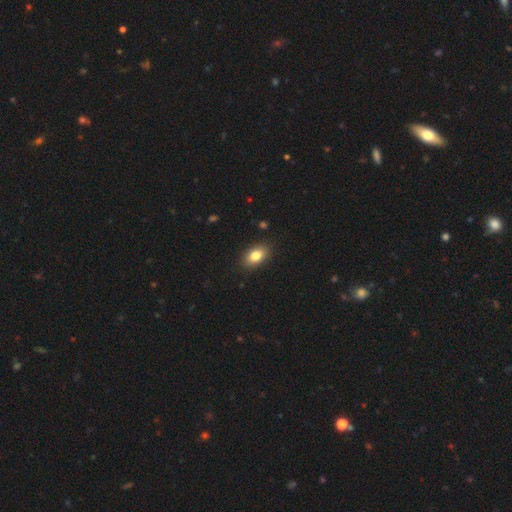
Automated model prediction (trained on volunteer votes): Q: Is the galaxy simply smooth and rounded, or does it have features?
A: smooth — 82%.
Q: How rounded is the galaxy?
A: in between — 89%.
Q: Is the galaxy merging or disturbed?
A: none — 88%.